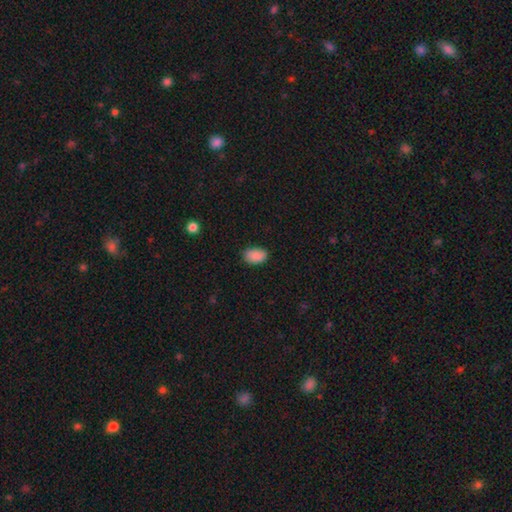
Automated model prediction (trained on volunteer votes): Smooth or featured? Predicted: smooth (p=0.89). How rounded? Predicted: in between (p=0.89). Merging? Predicted: none (p=0.83).